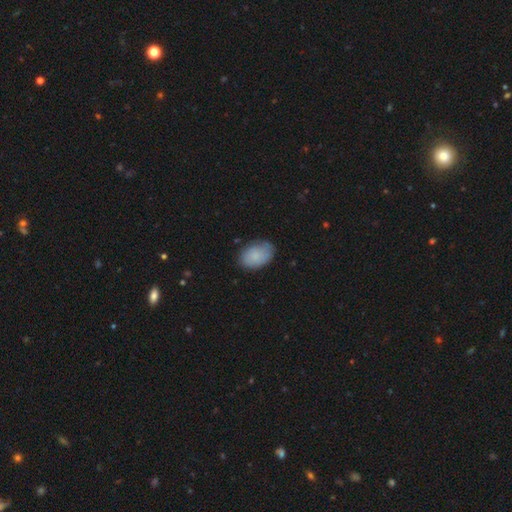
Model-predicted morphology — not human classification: Overall: smooth (85%). How rounded: in between (88%). Merging: none (77%).